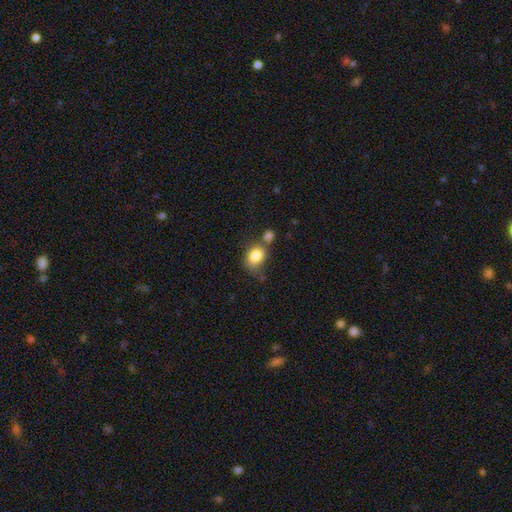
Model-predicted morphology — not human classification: Smooth or featured? smooth (82%)
How rounded? in between (54%)
Merging? none (49%)